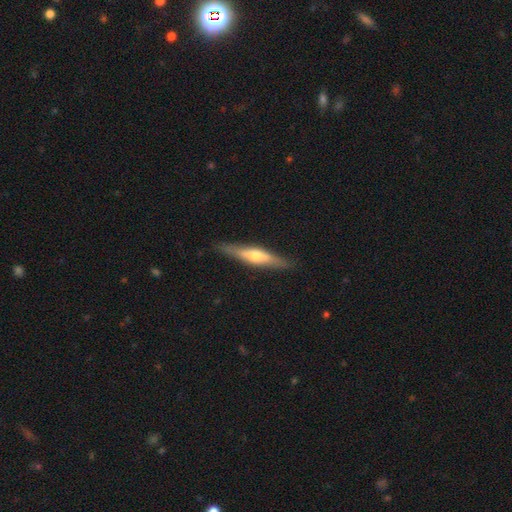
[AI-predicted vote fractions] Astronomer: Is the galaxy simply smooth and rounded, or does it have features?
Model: featured or disk — 59% (runner-up: smooth, 36%).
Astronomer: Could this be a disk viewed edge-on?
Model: yes — 93%.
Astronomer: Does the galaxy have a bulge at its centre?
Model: rounded — 85%.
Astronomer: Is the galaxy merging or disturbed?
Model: none — 87%.